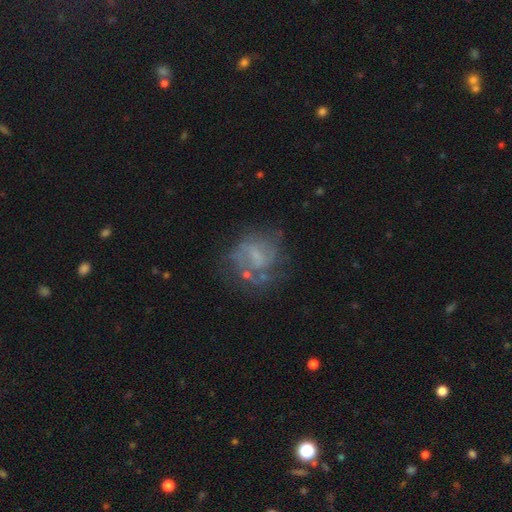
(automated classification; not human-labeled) This is likely a featured or disk galaxy (62%). It is clearly not viewed edge-on (98%). Bar: possibly weak (45%). Spiral arm pattern: likely yes (62%). Central bulge: marginally none (41%). Merging: possibly none (51%).